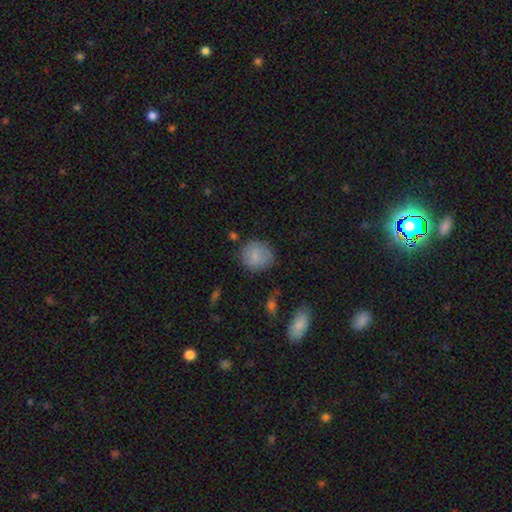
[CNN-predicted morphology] smooth 80%, featured or disk 12%, star or artifact 8%. Down the decision tree: how rounded — round (88%); merging — none (76%).